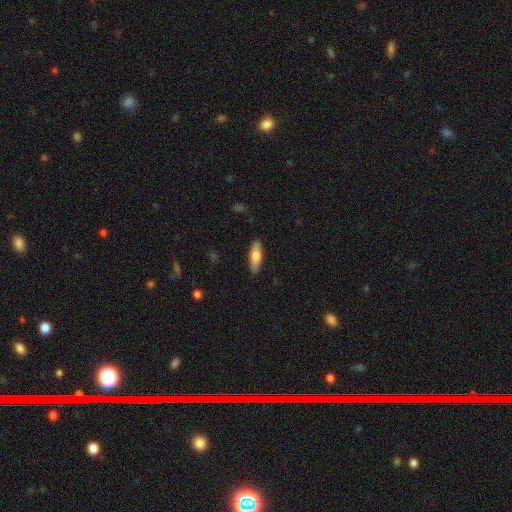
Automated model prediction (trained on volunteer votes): Smooth or featured? Predicted: smooth (p=0.71). How rounded? Predicted: cigar-shaped (p=0.55). Merging? Predicted: none (p=0.87).